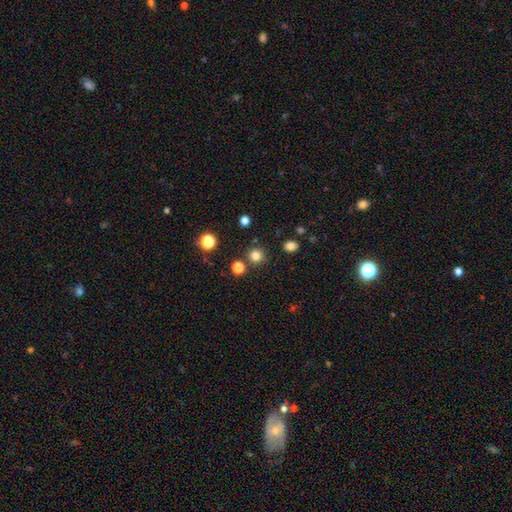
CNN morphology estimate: This is likely a smooth galaxy (79%). How rounded: clearly round (93%). Merging: clearly none (87%).